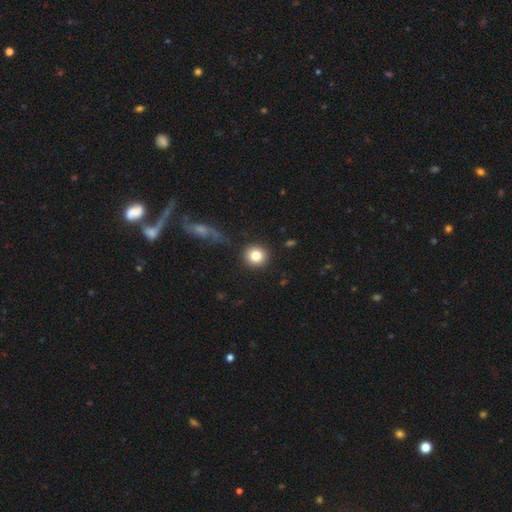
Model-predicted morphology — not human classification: smooth-or-featured: smooth: 83% | star or artifact: 9% | featured or disk: 8%
  how-rounded: round: 92% | in between: 7% | cigar-shaped: 1%
  merging: none: 89% | minor disturbance: 6% | merger: 2% | major disturbance: 2%